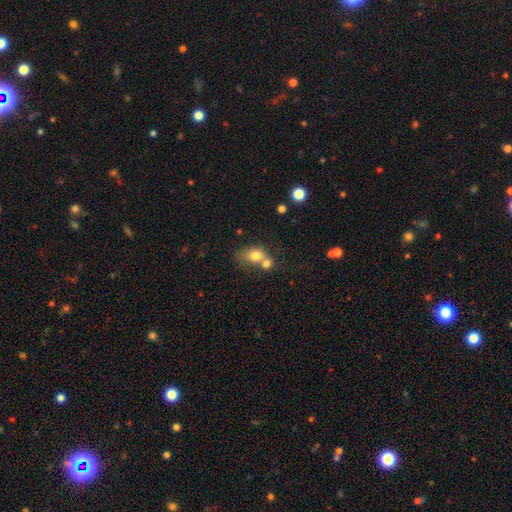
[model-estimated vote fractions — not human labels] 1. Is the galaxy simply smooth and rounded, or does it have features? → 74% smooth, 16% featured or disk, 10% star or artifact.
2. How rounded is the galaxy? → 60% in between, 38% round, 2% cigar-shaped.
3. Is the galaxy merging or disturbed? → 62% merger, 23% none, 9% minor disturbance, 6% major disturbance.